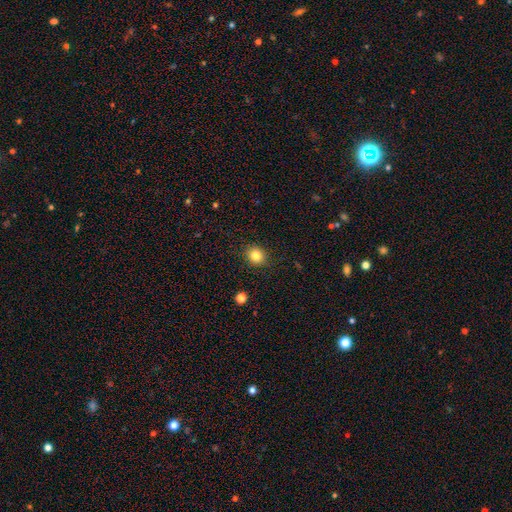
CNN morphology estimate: A smooth galaxy with no disk features (83%) that is round (75%).

Vote fractions:
- Smooth or featured? smooth: 83% / star or artifact: 11% / featured or disk: 6%
- How rounded? round: 75% / in between: 25% / cigar-shaped: 1%
- Merging? none: 88% / minor disturbance: 8% / major disturbance: 2% / merger: 1%